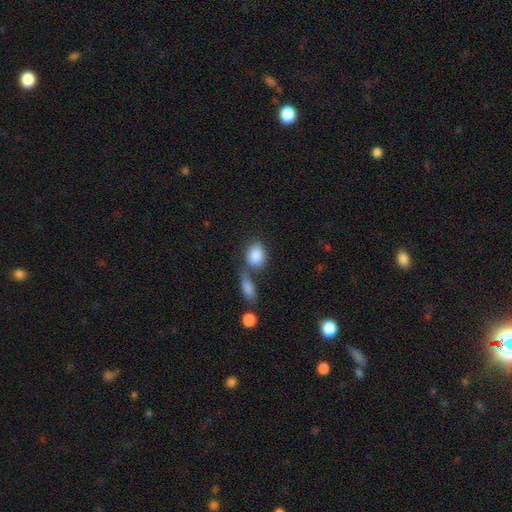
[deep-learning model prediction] Smooth or featured? smooth (87%)
How rounded? in between (72%)
Merging? none (50%)